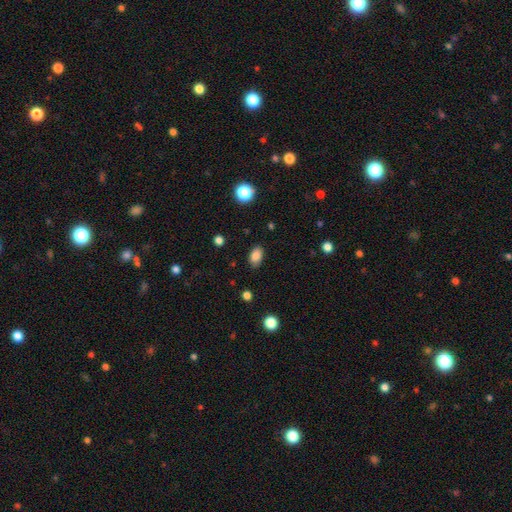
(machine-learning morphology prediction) The model was most divided on "merging": none: 84%, minor disturbance: 12%, major disturbance: 3%, merger: 1%. More confident: how rounded — in between (88%); smooth or featured — smooth (85%).